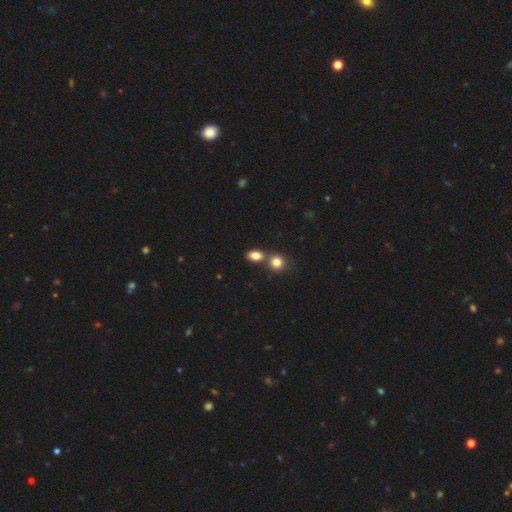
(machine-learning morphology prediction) Smooth or featured: smooth — 82% (star or artifact — 10%)
How rounded: in between — 77% (round — 21%)
Merging: none — 54% (merger — 34%)